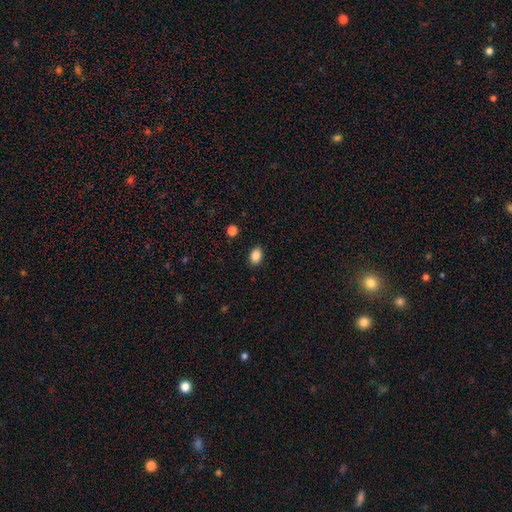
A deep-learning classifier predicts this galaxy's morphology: smooth-or-featured: smooth: 86% | star or artifact: 9% | featured or disk: 5%
  how-rounded: in between: 78% | round: 21% | cigar-shaped: 1%
  merging: none: 89% | minor disturbance: 8% | major disturbance: 2% | merger: 1%